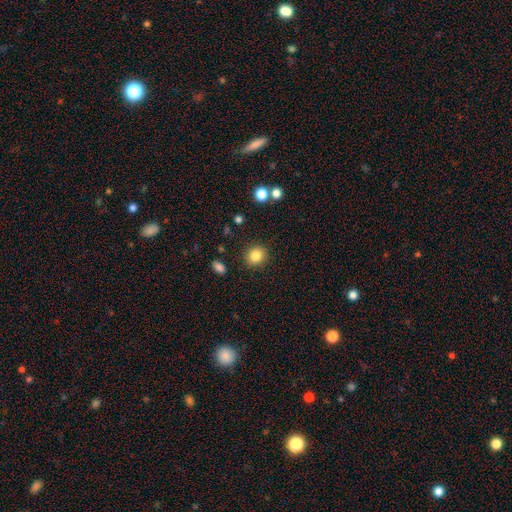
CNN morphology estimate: A smooth galaxy with no disk features (84%) that is round (81%).

Vote fractions:
- Smooth or featured? smooth: 84% / star or artifact: 10% / featured or disk: 5%
- How rounded? round: 81% / in between: 18% / cigar-shaped: 1%
- Merging? none: 89% / minor disturbance: 7% / major disturbance: 2% / merger: 2%